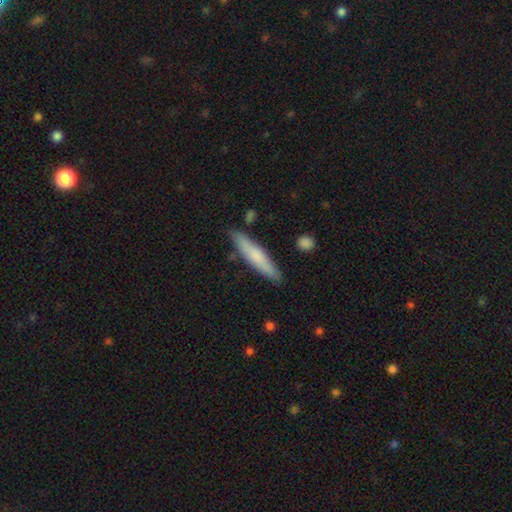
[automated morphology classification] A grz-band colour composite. It shows a smooth galaxy with no disk features (67%) that is cigar-shaped (89%). Merging: none (85%).